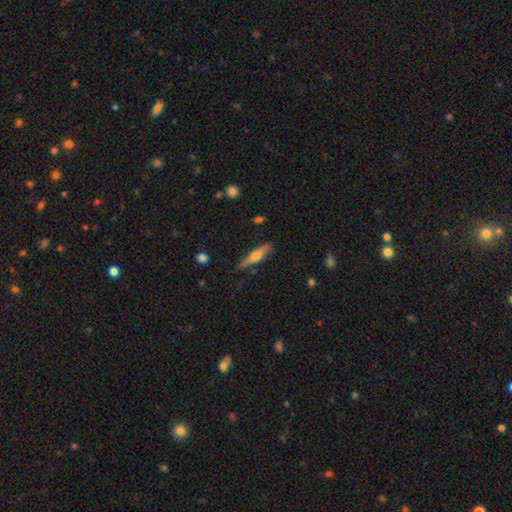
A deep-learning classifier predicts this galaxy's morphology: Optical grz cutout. It shows a smooth galaxy with no disk features (51%) that is cigar-shaped (82%). Merging: none (82%).